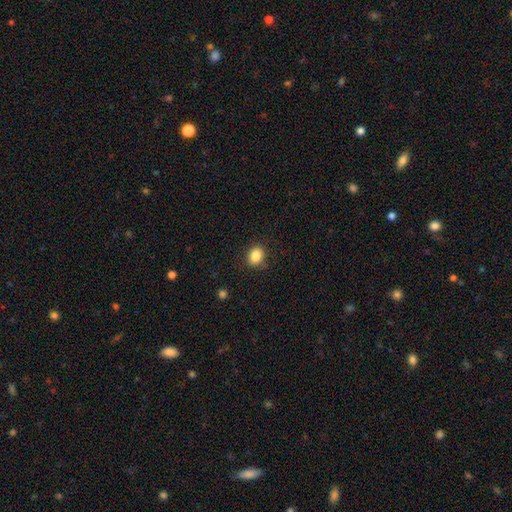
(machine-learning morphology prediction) Smooth or featured? smooth (85%)
How rounded? round (52%)
Merging? none (85%)